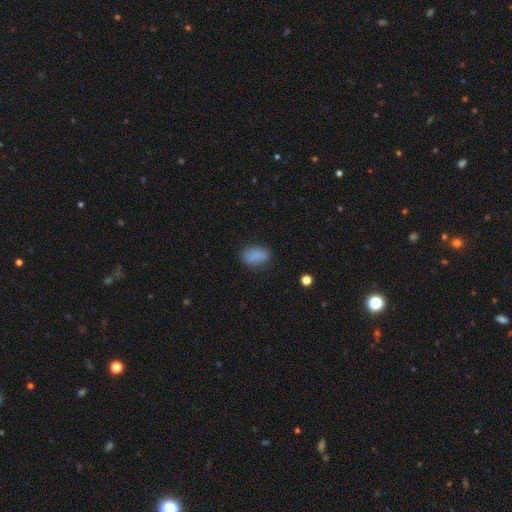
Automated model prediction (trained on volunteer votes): Smooth or featured?
  - smooth: 85% *
  - star or artifact: 9%
  - featured or disk: 6%
How rounded?
  - in between: 88% *
  - round: 9%
  - cigar-shaped: 4%
Merging?
  - none: 77% *
  - minor disturbance: 17%
  - major disturbance: 5%
  - merger: 2%